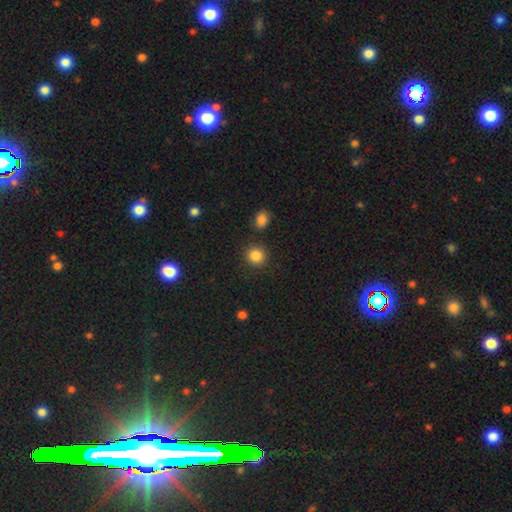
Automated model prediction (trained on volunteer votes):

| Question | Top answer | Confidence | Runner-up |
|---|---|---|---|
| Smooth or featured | smooth | 86% | star or artifact (10%) |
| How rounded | round | 90% | in between (9%) |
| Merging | none | 88% | minor disturbance (6%) |